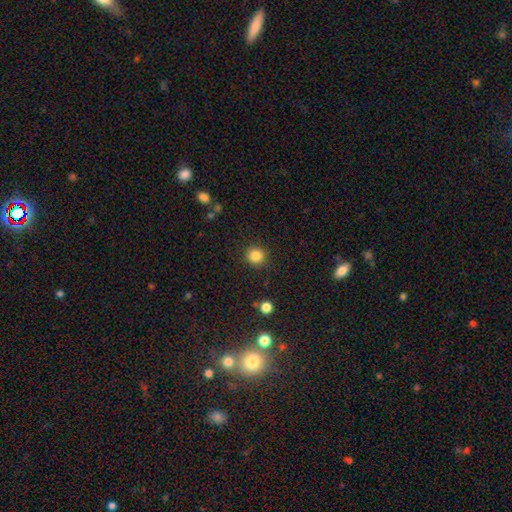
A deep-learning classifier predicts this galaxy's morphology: This is clearly a smooth galaxy (84%). How rounded: clearly round (91%). Merging: clearly none (89%).